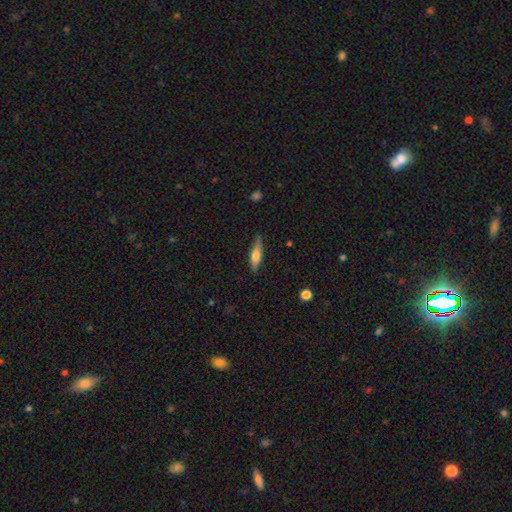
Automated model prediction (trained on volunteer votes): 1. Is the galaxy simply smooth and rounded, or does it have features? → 55% smooth, 38% featured or disk, 6% star or artifact.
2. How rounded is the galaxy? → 79% cigar-shaped, 19% in between, 2% round.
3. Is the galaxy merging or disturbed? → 84% none, 13% minor disturbance, 2% major disturbance, 1% merger.